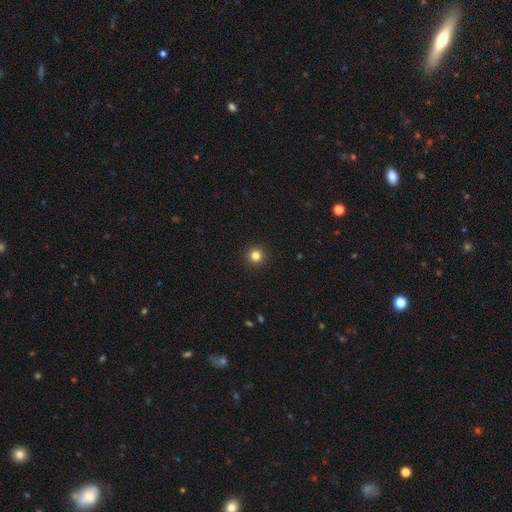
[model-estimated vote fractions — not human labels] Q: Smooth or featured?
A: smooth (82%); runner-up: star or artifact (13%)
Q: How rounded?
A: round (95%); runner-up: in between (4%)
Q: Merging?
A: none (93%); runner-up: minor disturbance (4%)